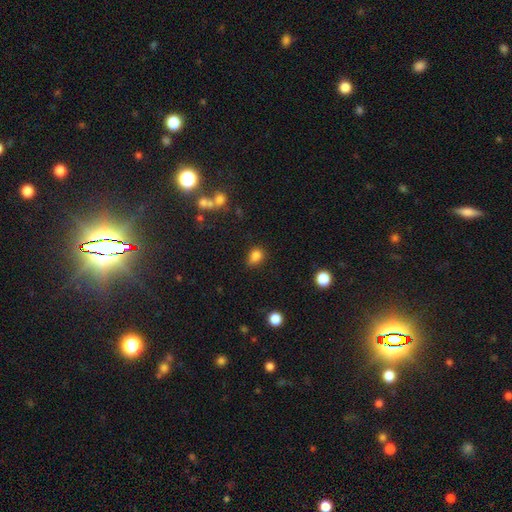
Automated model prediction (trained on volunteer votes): This is clearly a smooth galaxy (82%). How rounded: possibly in between (58%). Merging: likely none (65%).